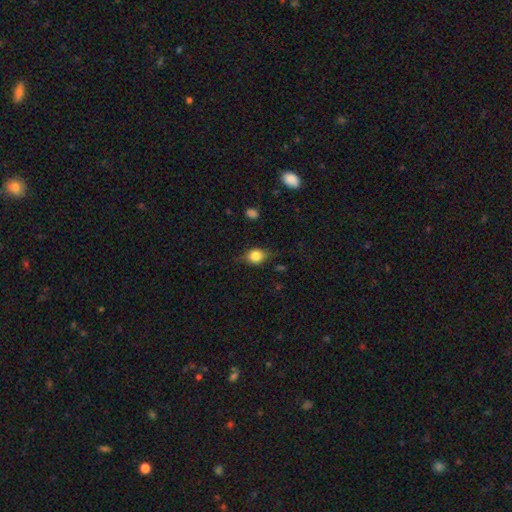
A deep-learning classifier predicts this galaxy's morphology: This is likely a smooth galaxy (71%). How rounded: possibly round (53%). Merging: likely none (71%).